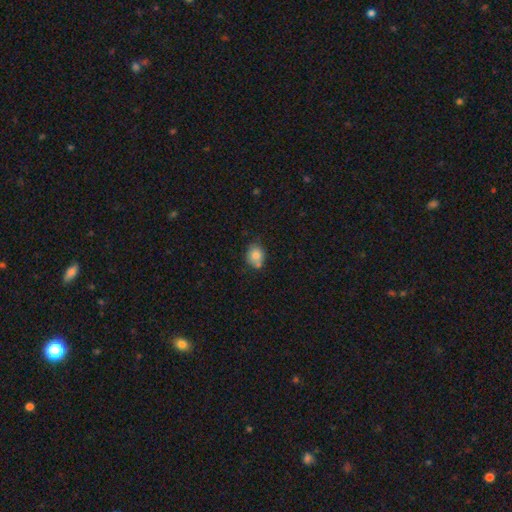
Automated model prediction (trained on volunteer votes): Smooth or featured?
  - smooth: 80% *
  - featured or disk: 10%
  - star or artifact: 9%
How rounded?
  - round: 54% *
  - in between: 45%
  - cigar-shaped: 1%
Merging?
  - none: 57% *
  - minor disturbance: 24%
  - merger: 14%
  - major disturbance: 5%